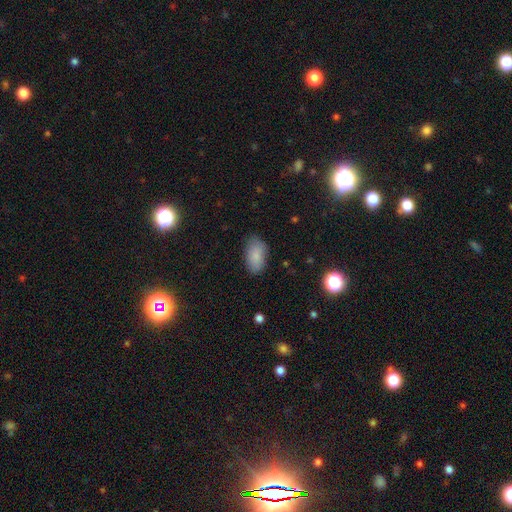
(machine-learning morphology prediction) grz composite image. It shows a smooth galaxy with no disk features (86%) that is in between round and cigar-shaped (93%). Merging: none (81%).